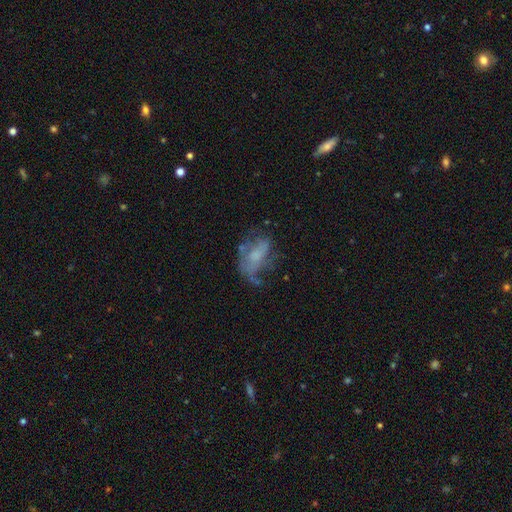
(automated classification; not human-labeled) Overall: featured or disk (54%; smooth 34%). Edge-on disk: no (95%). Bar: no (74%). Spiral arms: no (62%; yes 38%). Bulge size: none (34%; small 31%). Merging: none (37%; major disturbance 34%).